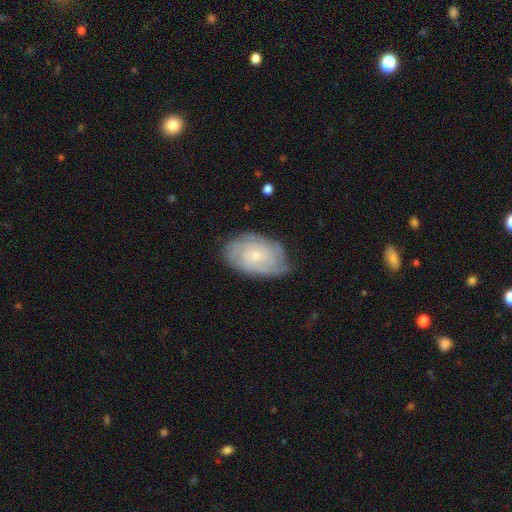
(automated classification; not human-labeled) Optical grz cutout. It shows a featured or disk galaxy (65%) with no bar (79%), tight (68%) spiral arms (88%) and a small central bulge (72%). Merging: none (74%).